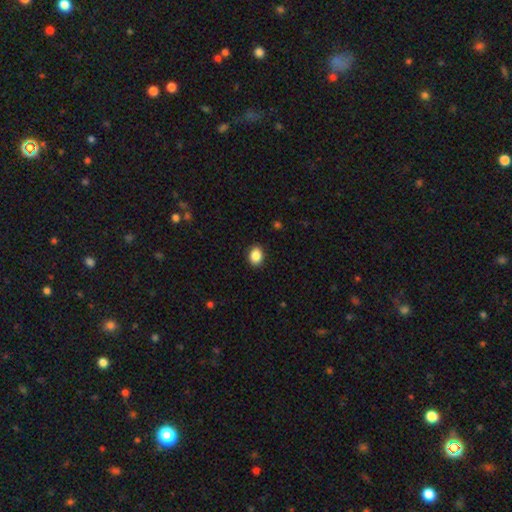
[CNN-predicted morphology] A smooth galaxy with no disk features (87%) that is in between round and cigar-shaped (58%).

Vote fractions:
- Smooth or featured? smooth: 87% / star or artifact: 9% / featured or disk: 4%
- How rounded? in between: 58% / round: 42% / cigar-shaped: 1%
- Merging? none: 91% / minor disturbance: 7% / major disturbance: 2% / merger: 1%